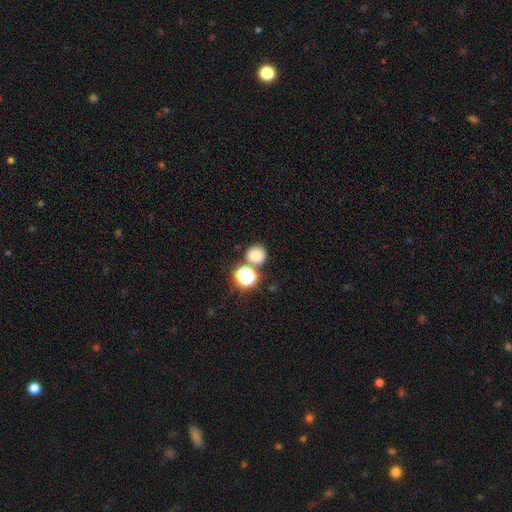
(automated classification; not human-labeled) Smooth or featured?
  - smooth: 78% *
  - star or artifact: 16%
  - featured or disk: 6%
How rounded?
  - round: 87% *
  - in between: 12%
  - cigar-shaped: 1%
Merging?
  - none: 66% *
  - merger: 23%
  - minor disturbance: 8%
  - major disturbance: 3%